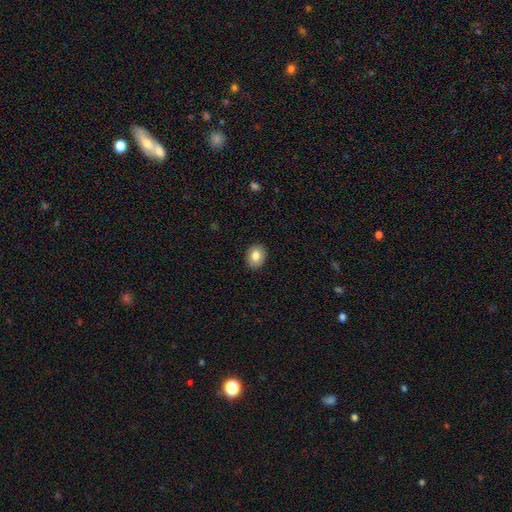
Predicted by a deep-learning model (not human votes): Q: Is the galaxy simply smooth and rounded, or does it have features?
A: smooth — 82%.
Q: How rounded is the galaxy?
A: in between — 57%.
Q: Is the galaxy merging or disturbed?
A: none — 90%.